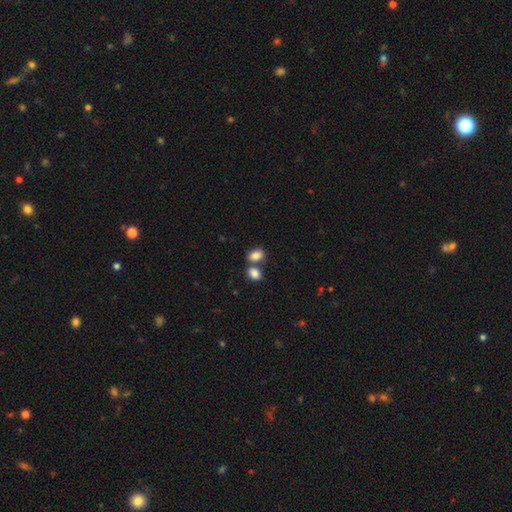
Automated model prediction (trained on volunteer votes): Smooth or featured: smooth — 84% (star or artifact — 9%)
How rounded: in between — 75% (round — 23%)
Merging: none — 45% (merger — 42%)